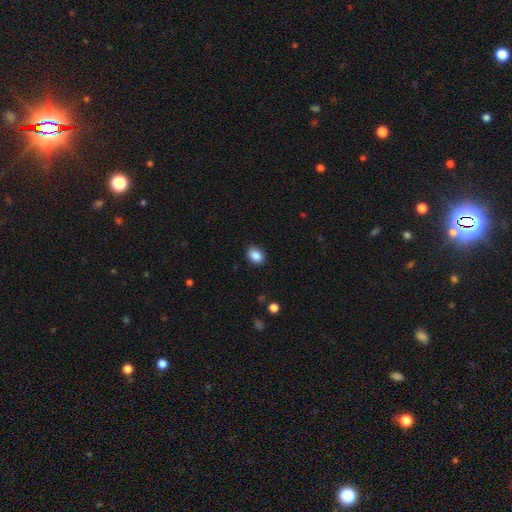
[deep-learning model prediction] This appears to be a smooth galaxy with no disk features (88%) that is in between round and cigar-shaped (62%). Merging: none (87%).